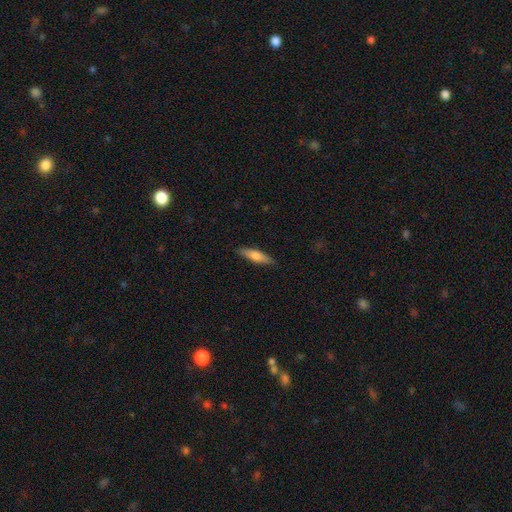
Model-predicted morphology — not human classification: Q: Smooth or featured?
A: smooth (67%); runner-up: featured or disk (27%)
Q: How rounded?
A: cigar-shaped (70%); runner-up: in between (28%)
Q: Merging?
A: none (87%); runner-up: minor disturbance (10%)